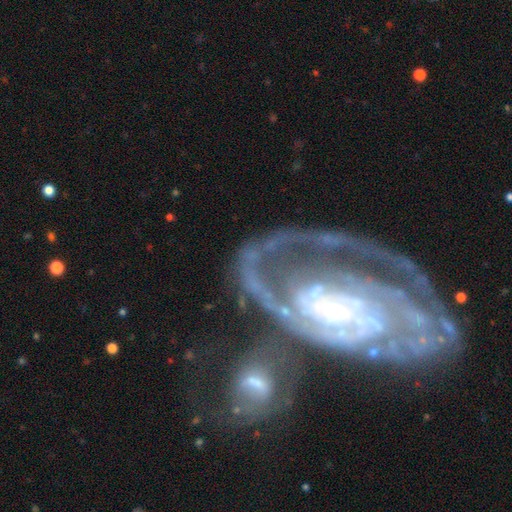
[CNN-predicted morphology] A featured or disk galaxy (88%) with no bar (56%), 2 (31%) tight (66%) spiral arms (95%) and a small central bulge (73%). Merging: none (38%).